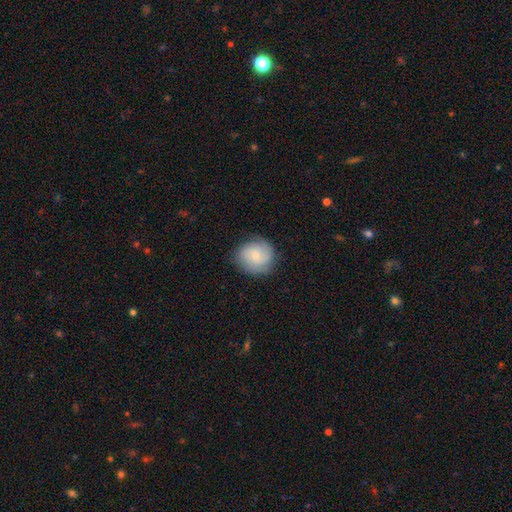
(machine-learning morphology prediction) Smooth or featured? smooth (57%)
How rounded? round (84%)
Merging? none (80%)